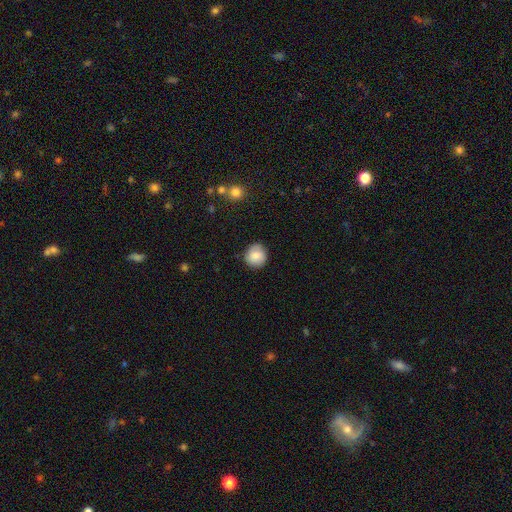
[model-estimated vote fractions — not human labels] Smooth or featured? smooth (80%)
How rounded? round (91%)
Merging? none (82%)